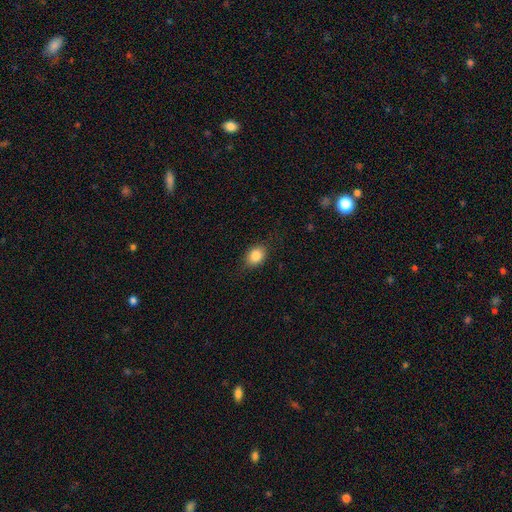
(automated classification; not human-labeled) smooth 85%, star or artifact 9%, featured or disk 7%. Down the decision tree: how rounded — in between (64%); merging — none (81%).